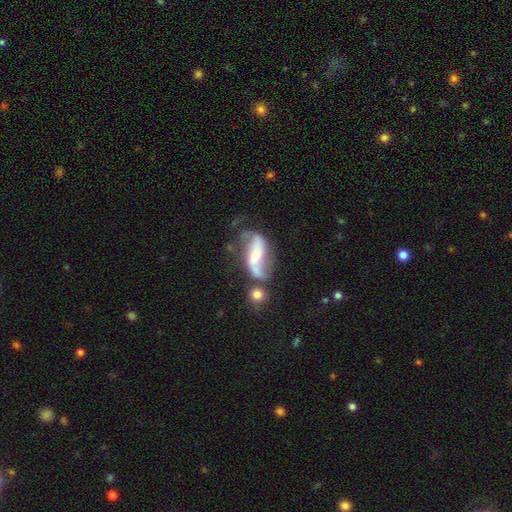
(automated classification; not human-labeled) Overall: featured or disk (77%). Edge-on disk: no (94%). Bar: weak (35%; no 33%). Spiral arms: yes (90%). Spiral arm count: 2 (89%). Spiral winding: loose (75%). Bulge size: small (34%; moderate 33%). Merging: none (39%; merger 22%).